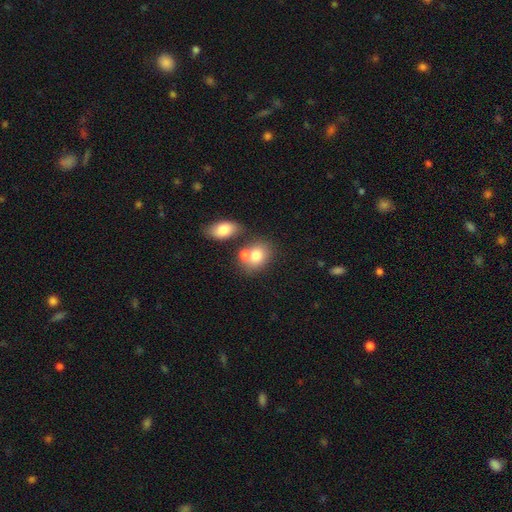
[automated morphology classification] smooth_or_featured: smooth (p=0.76) [alt: featured or disk p=0.14]
how_rounded: in between (p=0.51) [alt: round p=0.48]
merging: none (p=0.46) [alt: merger p=0.40]